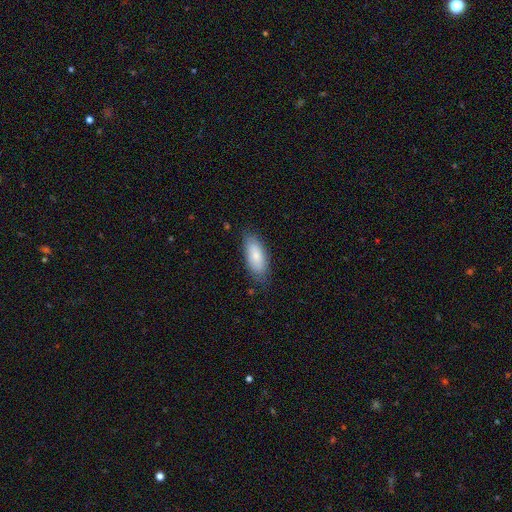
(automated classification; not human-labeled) Q: Smooth or featured?
A: smooth (79%); runner-up: featured or disk (15%)
Q: How rounded?
A: in between (83%); runner-up: cigar-shaped (15%)
Q: Merging?
A: none (78%); runner-up: minor disturbance (18%)